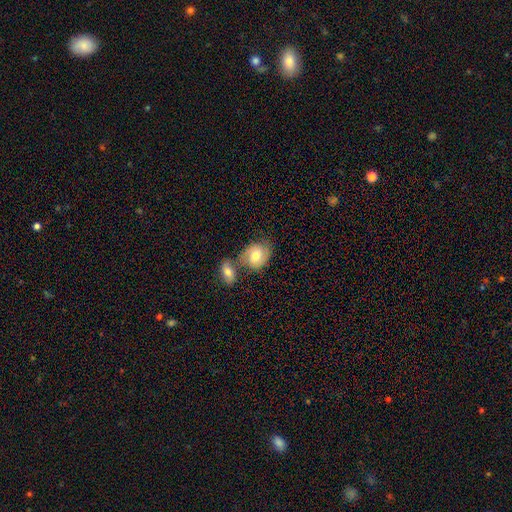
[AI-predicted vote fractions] Smooth or featured? Predicted: smooth (p=0.56). How rounded? Predicted: in between (p=0.58). Merging? Predicted: merger (p=0.41).